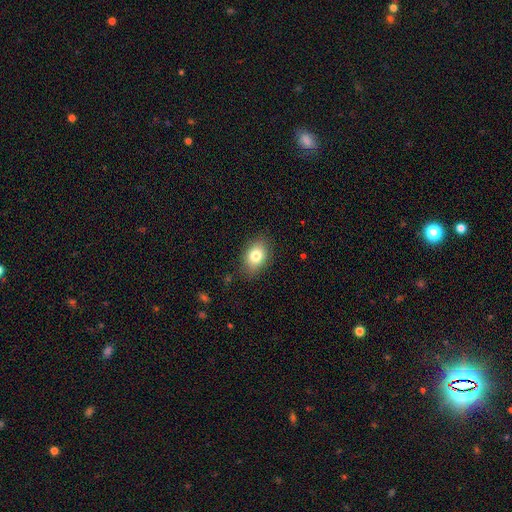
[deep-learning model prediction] Smooth or featured? Predicted: smooth (p=0.79). How rounded? Predicted: in between (p=0.79). Merging? Predicted: none (p=0.82).